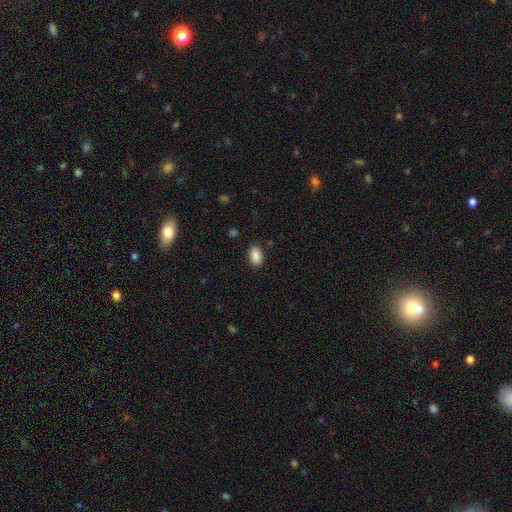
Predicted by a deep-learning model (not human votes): Smooth or featured?
  - smooth: 89% *
  - star or artifact: 8%
  - featured or disk: 3%
How rounded?
  - in between: 92% *
  - round: 6%
  - cigar-shaped: 2%
Merging?
  - none: 87% *
  - minor disturbance: 9%
  - major disturbance: 2%
  - merger: 1%